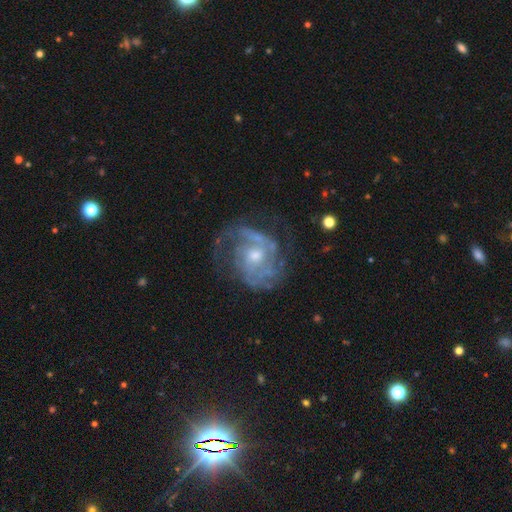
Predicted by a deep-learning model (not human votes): A featured or disk galaxy (85%) with no bar (63%), 2 (41%) tight (42%) spiral arms (91%) and a moderate central bulge (54%).

Vote fractions:
- Smooth or featured? featured or disk: 85% / smooth: 8% / star or artifact: 7%
- Edge-on disk? no: 97% / yes: 3%
- Bar? no: 63% / weak: 31% / strong: 6%
- Spiral arms? yes: 91% / no: 9%
- Spiral winding? tight: 42% / medium: 41% / loose: 17%
- Spiral arm count? 2: 41% / can't tell: 28% / 3: 14% / 1: 8% / 4: 5% / more than 4: 4%
- Bulge size? moderate: 54% / small: 41% / large: 3% / none: 2% / dominant: 1%
- Merging? none: 59% / minor disturbance: 20% / major disturbance: 18% / merger: 2%